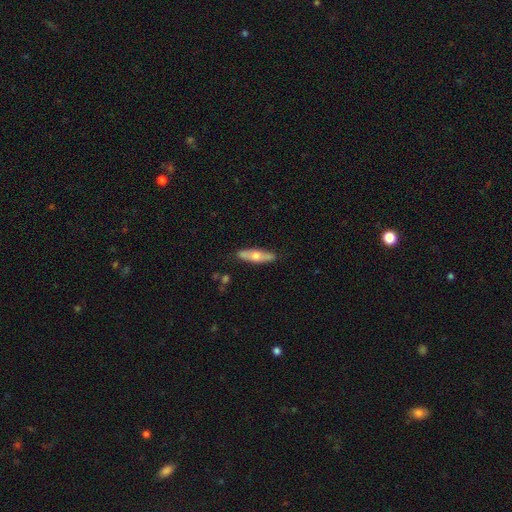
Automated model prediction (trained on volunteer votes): Smooth or featured: smooth — 50% (featured or disk — 44%)
How rounded: cigar-shaped — 64% (in between — 34%)
Merging: none — 84% (minor disturbance — 12%)